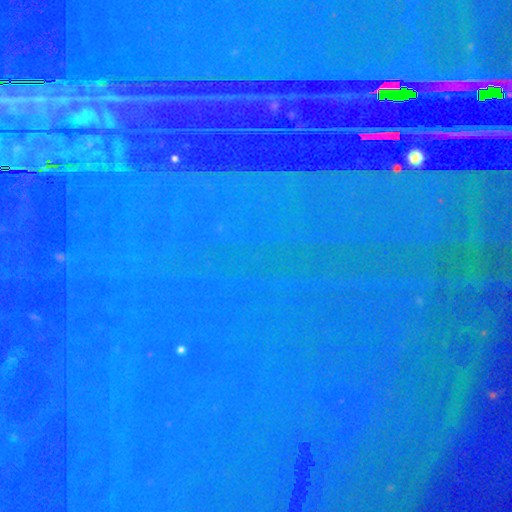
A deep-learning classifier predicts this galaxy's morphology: This appears to be a star or artifact, not a galaxy (87%).